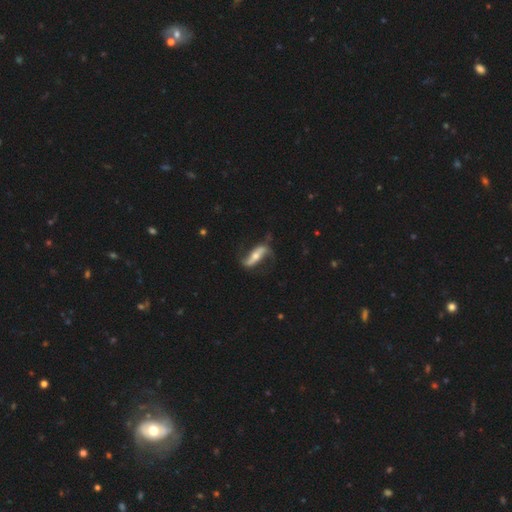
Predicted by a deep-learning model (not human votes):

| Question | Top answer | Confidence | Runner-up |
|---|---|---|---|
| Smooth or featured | featured or disk | 77% | smooth (17%) |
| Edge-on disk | no | 76% | yes (24%) |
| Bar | strong | 52% | no (28%) |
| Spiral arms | yes | 89% | no (11%) |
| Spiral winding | loose | 78% | medium (16%) |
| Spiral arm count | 2 | 90% | can't tell (4%) |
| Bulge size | moderate | 54% | small (36%) |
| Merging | none | 69% | minor disturbance (18%) |